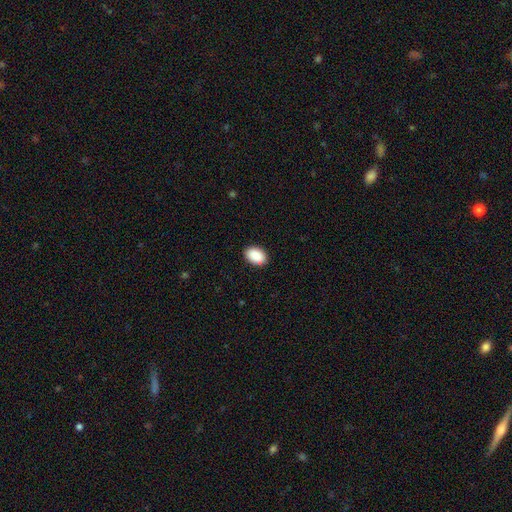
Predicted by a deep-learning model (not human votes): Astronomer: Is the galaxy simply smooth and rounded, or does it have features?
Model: smooth — 90%.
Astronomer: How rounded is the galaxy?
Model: in between — 87%.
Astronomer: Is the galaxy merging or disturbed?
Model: none — 88%.